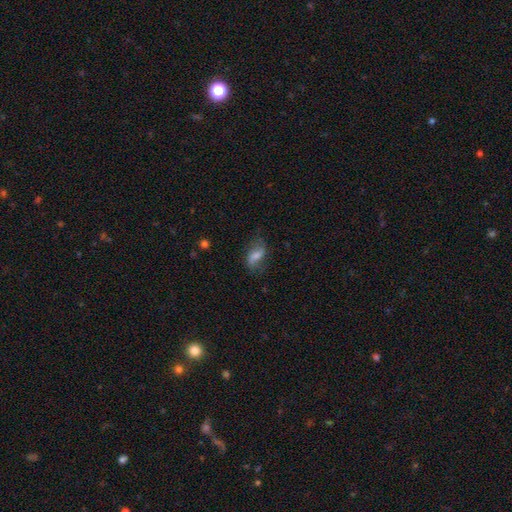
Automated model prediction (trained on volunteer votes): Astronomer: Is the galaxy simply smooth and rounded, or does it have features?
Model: smooth — 47% (runner-up: featured or disk, 44%).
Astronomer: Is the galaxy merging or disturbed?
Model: none — 62%.